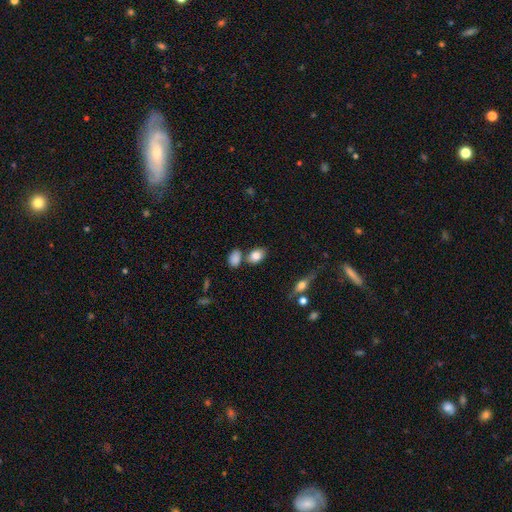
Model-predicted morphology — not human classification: Smooth or featured?
  - smooth: 82% *
  - featured or disk: 9%
  - star or artifact: 9%
How rounded?
  - in between: 80% *
  - round: 18%
  - cigar-shaped: 2%
Merging?
  - none: 62% *
  - merger: 20%
  - minor disturbance: 14%
  - major disturbance: 4%